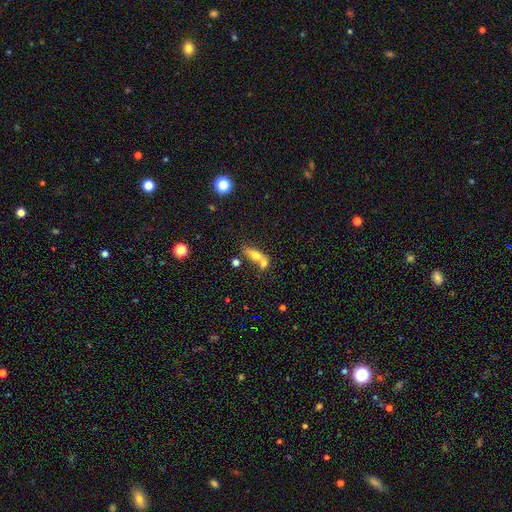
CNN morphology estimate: This is likely a smooth galaxy (62%). How rounded: possibly in between (57%). Merging: possibly merger (48%).